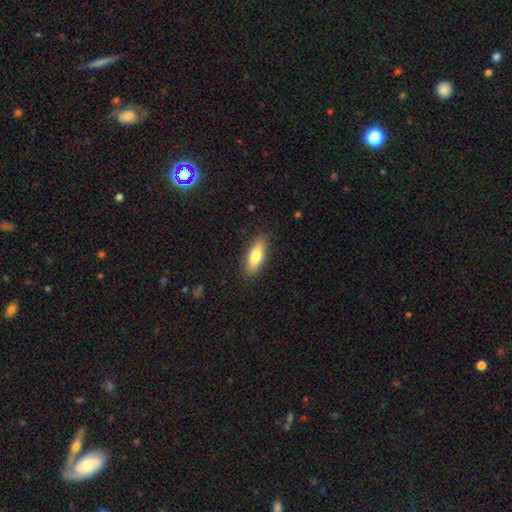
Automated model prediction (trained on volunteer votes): A smooth galaxy with no disk features (78%) that is in between round and cigar-shaped (66%). Merging: none (86%).